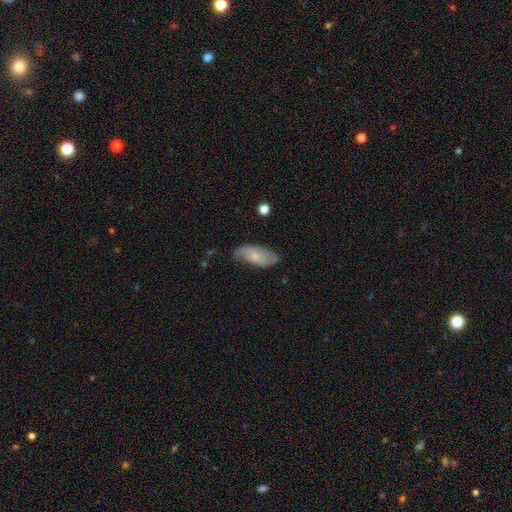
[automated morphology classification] Smooth or featured? Predicted: smooth (p=0.57). How rounded? Predicted: in between (p=0.88). Merging? Predicted: none (p=0.60).